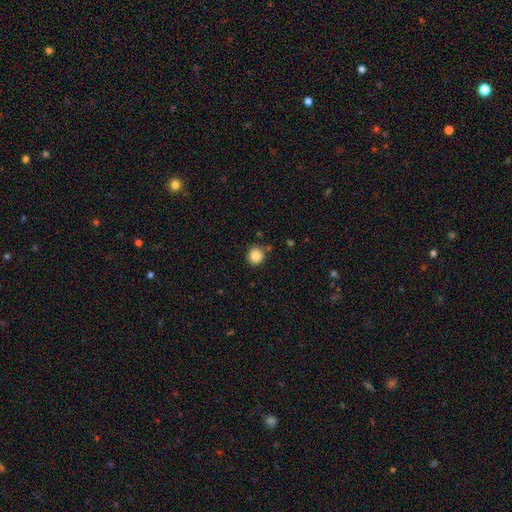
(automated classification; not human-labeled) Overall: smooth (87%). How rounded: round (92%). Merging: none (84%).